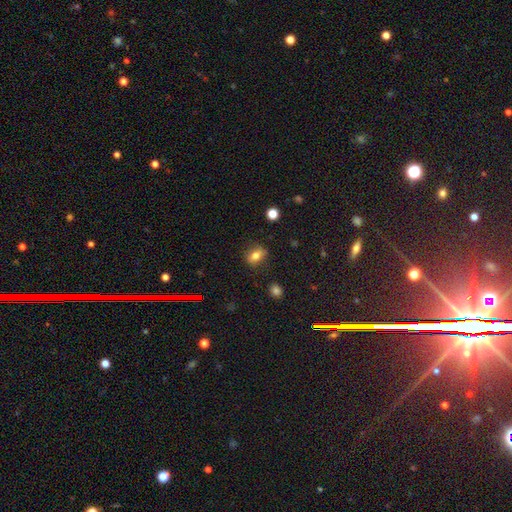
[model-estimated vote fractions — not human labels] Overall: smooth (71%). How rounded: in between (62%; round 34%). Merging: none (80%).